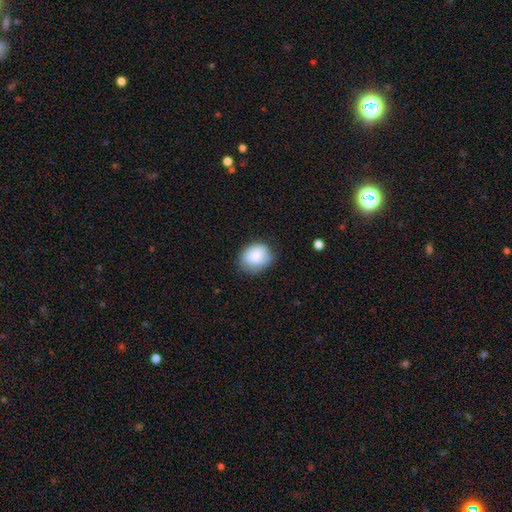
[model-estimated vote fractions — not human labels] A smooth galaxy with no disk features (84%) that is round (53%).

Vote fractions:
- Smooth or featured? smooth: 84% / featured or disk: 8% / star or artifact: 7%
- How rounded? round: 53% / in between: 46% / cigar-shaped: 1%
- Merging? none: 68% / minor disturbance: 25% / major disturbance: 6% / merger: 2%